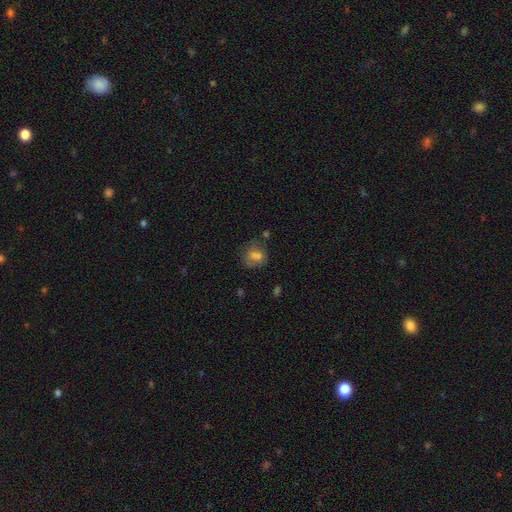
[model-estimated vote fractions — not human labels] Smooth or featured?
  - smooth: 65% *
  - featured or disk: 21%
  - star or artifact: 13%
How rounded?
  - round: 54% *
  - in between: 44%
  - cigar-shaped: 2%
Merging?
  - none: 53% *
  - minor disturbance: 21%
  - merger: 15%
  - major disturbance: 12%